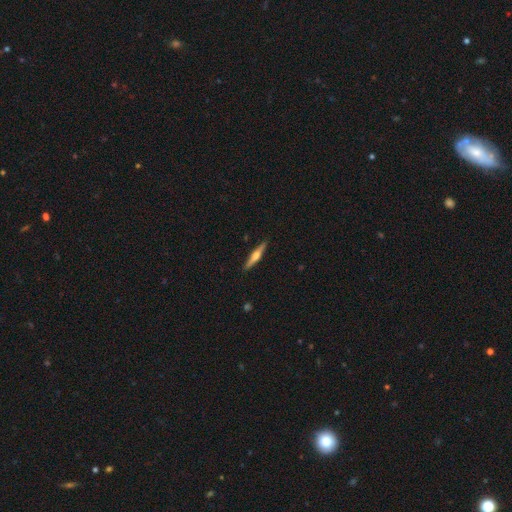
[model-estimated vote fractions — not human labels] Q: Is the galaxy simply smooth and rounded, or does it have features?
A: featured or disk — 62%.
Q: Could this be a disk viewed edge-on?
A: yes — 97%.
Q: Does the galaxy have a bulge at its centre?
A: rounded — 89%.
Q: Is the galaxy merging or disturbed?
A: none — 91%.